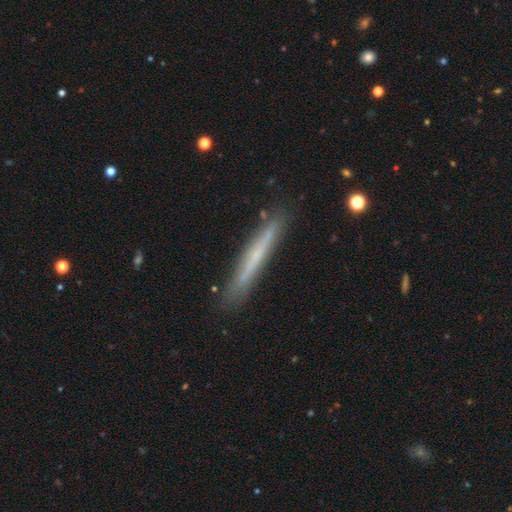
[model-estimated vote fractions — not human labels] Q: Smooth or featured?
A: featured or disk (47%); runner-up: smooth (46%)
Q: Merging?
A: none (86%); runner-up: minor disturbance (11%)